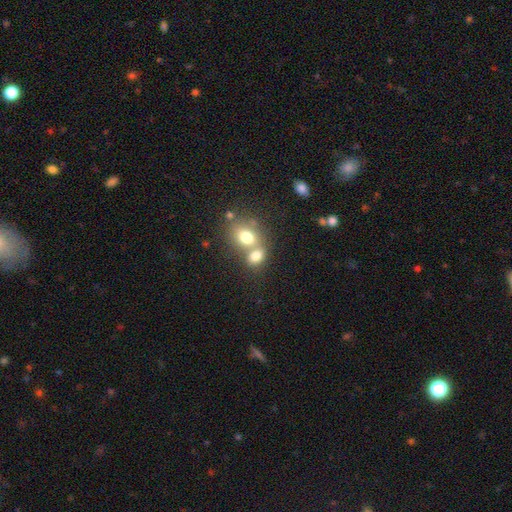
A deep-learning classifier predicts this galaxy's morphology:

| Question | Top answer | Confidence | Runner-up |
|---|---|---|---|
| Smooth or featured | smooth | 74% | featured or disk (14%) |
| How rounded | in between | 51% | round (48%) |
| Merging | merger | 58% | none (31%) |